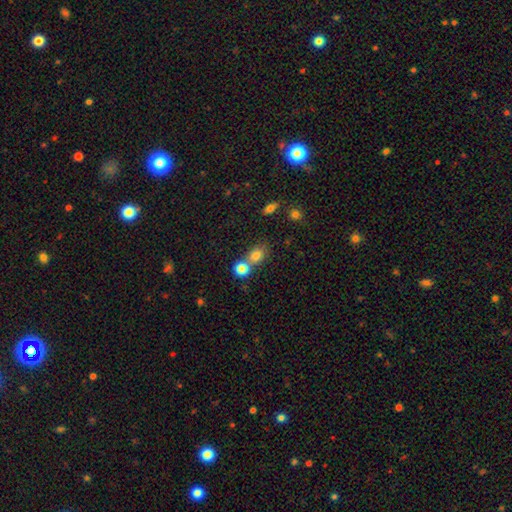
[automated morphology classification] This is likely a smooth galaxy (77%). How rounded: likely round (62%). Merging: possibly none (46%).